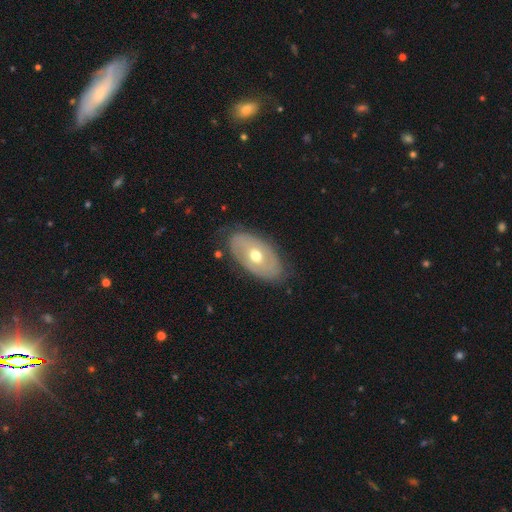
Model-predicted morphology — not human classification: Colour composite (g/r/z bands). It shows a featured or disk galaxy (56%). Merging: none (76%).